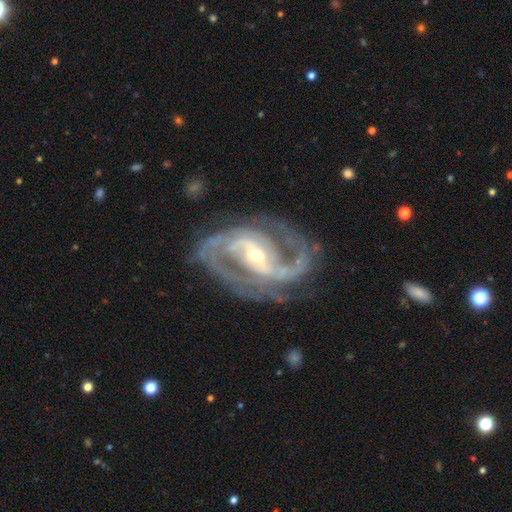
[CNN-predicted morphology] Smooth or featured: featured or disk — 93% (star or artifact — 4%)
Edge-on disk: no — 97% (yes — 3%)
Bar: strong — 50% (weak — 35%)
Spiral arms: yes — 98% (no — 2%)
Spiral winding: medium — 54% (tight — 35%)
Spiral arm count: 2 — 71% (3 — 16%)
Bulge size: moderate — 52% (small — 44%)
Merging: none — 74% (minor disturbance — 16%)